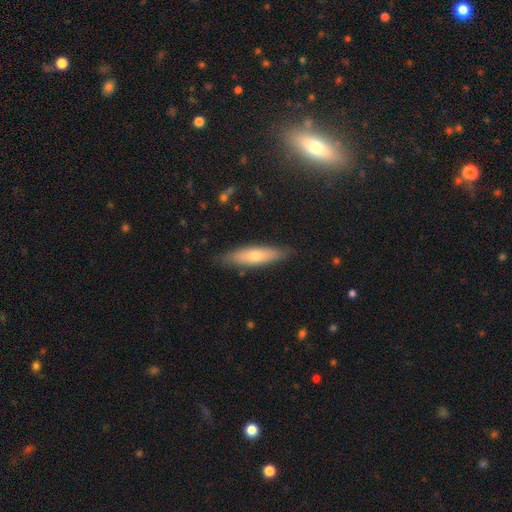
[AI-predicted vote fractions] Q: Smooth or featured?
A: smooth (61%); runner-up: featured or disk (33%)
Q: How rounded?
A: cigar-shaped (67%); runner-up: in between (31%)
Q: Merging?
A: none (83%); runner-up: minor disturbance (13%)